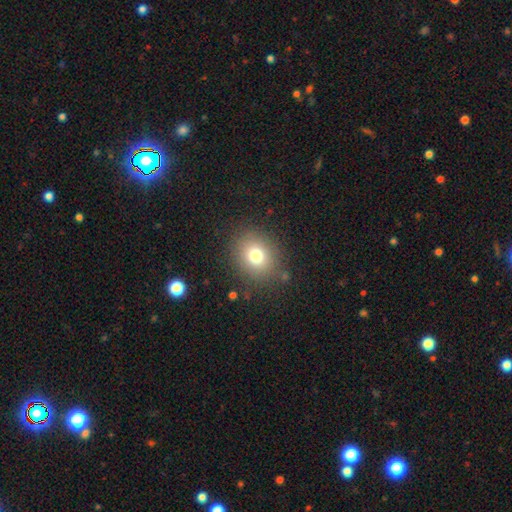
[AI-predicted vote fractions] smooth 75%, star or artifact 14%, featured or disk 10%. Down the decision tree: how rounded — round (72%); merging — none (84%).